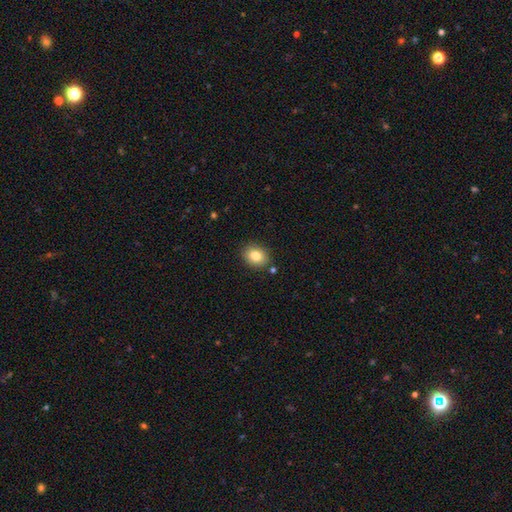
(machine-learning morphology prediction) A smooth galaxy with no disk features (83%) that is round (52%). Merging: none (86%).